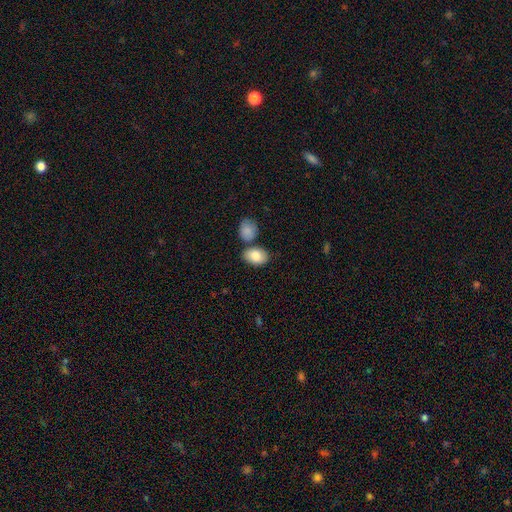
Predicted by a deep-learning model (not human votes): This appears to be a smooth galaxy with no disk features (83%) that is in between round and cigar-shaped (86%). Merging: none (65%).